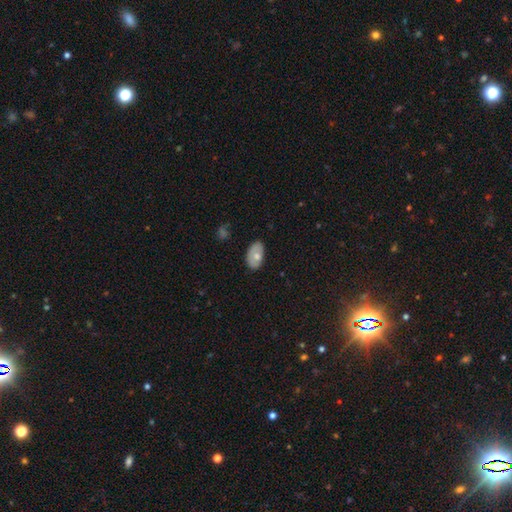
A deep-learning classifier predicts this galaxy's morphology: smooth_or_featured: smooth (p=0.67) [alt: featured or disk p=0.26]
how_rounded: in between (p=0.92) [alt: round p=0.06]
merging: none (p=0.72) [alt: minor disturbance p=0.22]